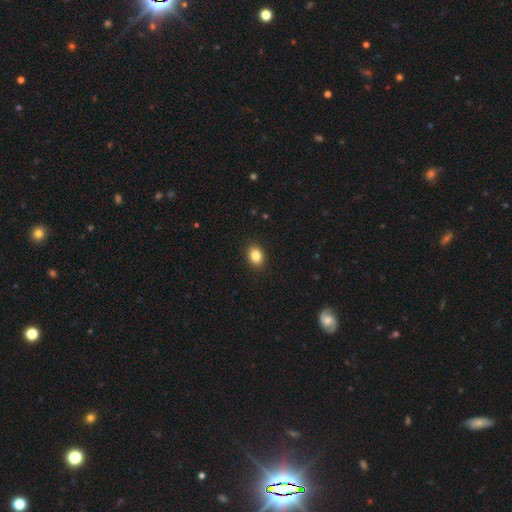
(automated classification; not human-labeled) smooth 87%, star or artifact 9%, featured or disk 4%. Down the decision tree: how rounded — in between (69%); merging — none (90%).